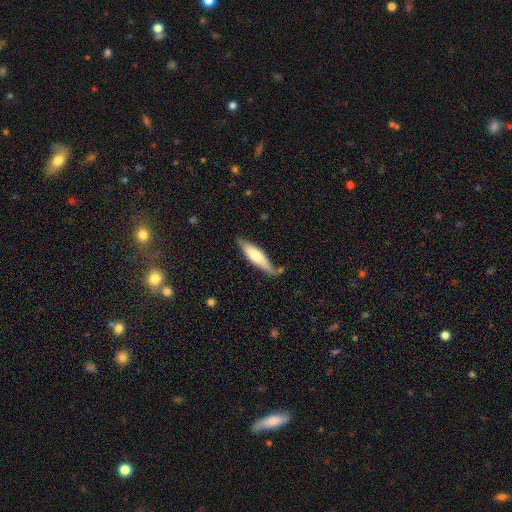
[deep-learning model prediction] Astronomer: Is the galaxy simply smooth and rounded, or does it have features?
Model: smooth — 63%.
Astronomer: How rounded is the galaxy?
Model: cigar-shaped — 68%.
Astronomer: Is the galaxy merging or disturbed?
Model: none — 71%.